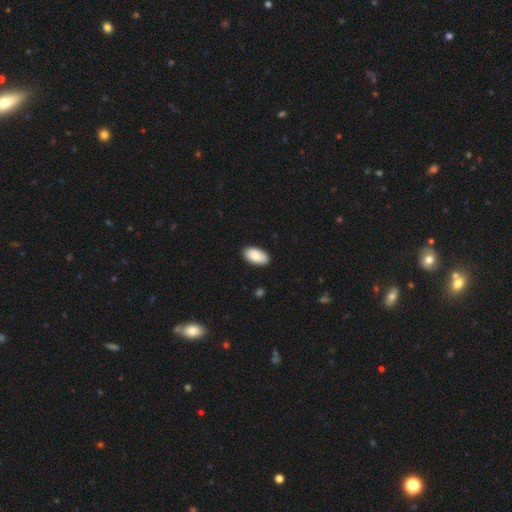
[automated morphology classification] smooth 87%, featured or disk 7%, star or artifact 6%. Down the decision tree: how rounded — in between (95%); merging — none (88%).